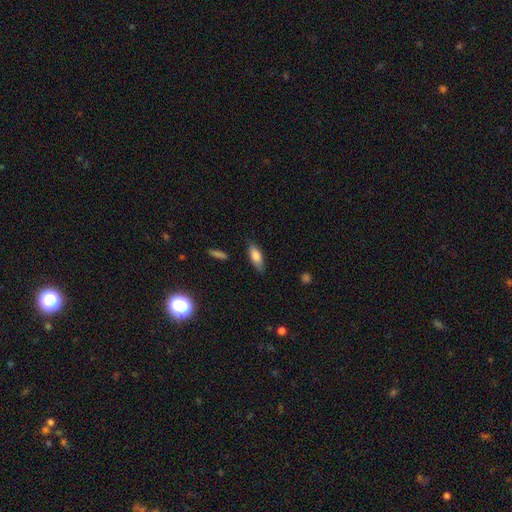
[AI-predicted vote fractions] Morphology: type=smooth (80%); roundness=in between (76%); merging=none (79%).